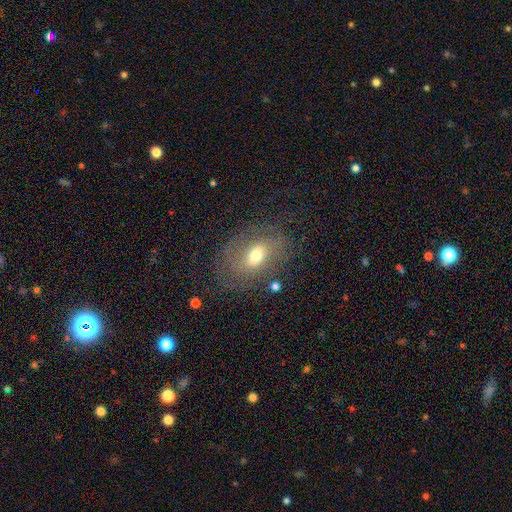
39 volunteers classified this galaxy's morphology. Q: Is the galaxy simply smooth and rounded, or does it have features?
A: featured or disk — 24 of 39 (62%).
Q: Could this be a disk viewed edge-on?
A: no — 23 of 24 (96%).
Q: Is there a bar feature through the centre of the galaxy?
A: weak — 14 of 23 (61%).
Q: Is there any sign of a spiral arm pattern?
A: no — 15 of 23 (65%).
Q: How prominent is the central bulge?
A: moderate — 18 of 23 (78%).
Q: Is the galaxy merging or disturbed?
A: none — 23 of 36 (64%).